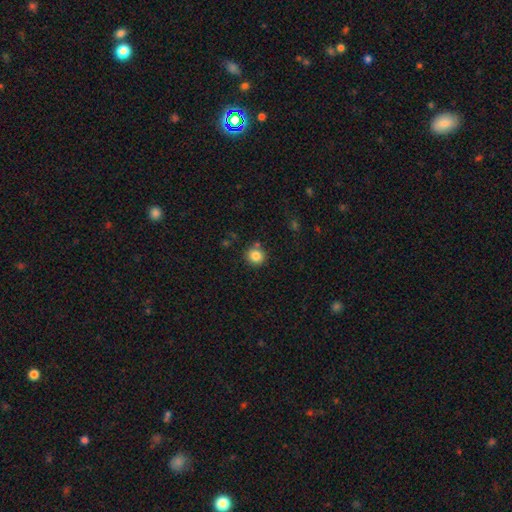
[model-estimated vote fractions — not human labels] smooth_or_featured: smooth (p=0.85) [alt: star or artifact p=0.10]
how_rounded: round (p=0.89) [alt: in between p=0.10]
merging: none (p=0.82) [alt: minor disturbance p=0.09]